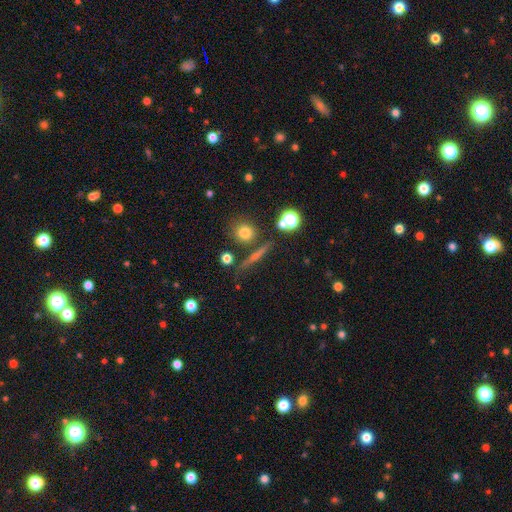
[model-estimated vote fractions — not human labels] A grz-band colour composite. It shows a smooth galaxy with no disk features (46%). Merging: none (83%).